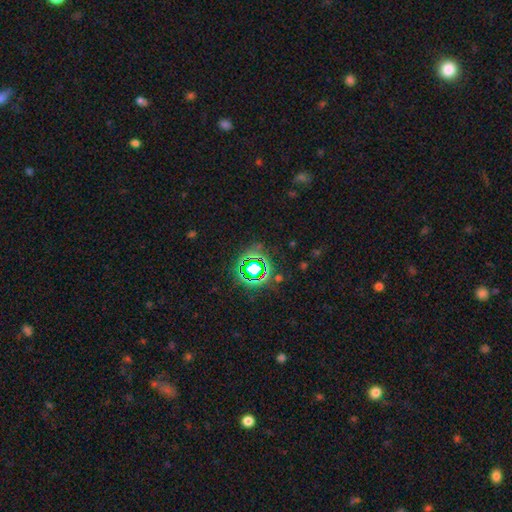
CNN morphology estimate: Q: Smooth or featured?
A: star or artifact (65%); runner-up: smooth (26%)